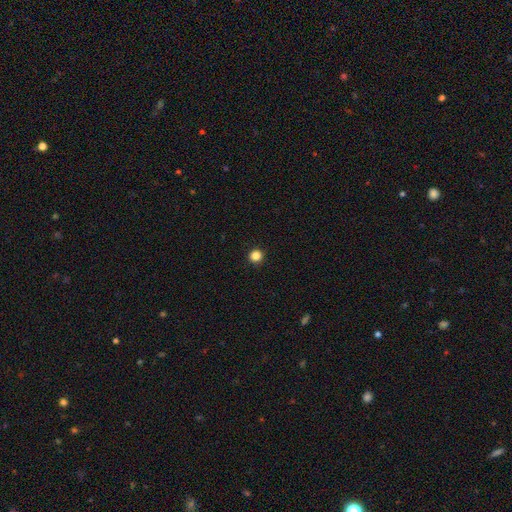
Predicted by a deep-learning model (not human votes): Overall: smooth (85%). How rounded: round (96%). Merging: none (94%).